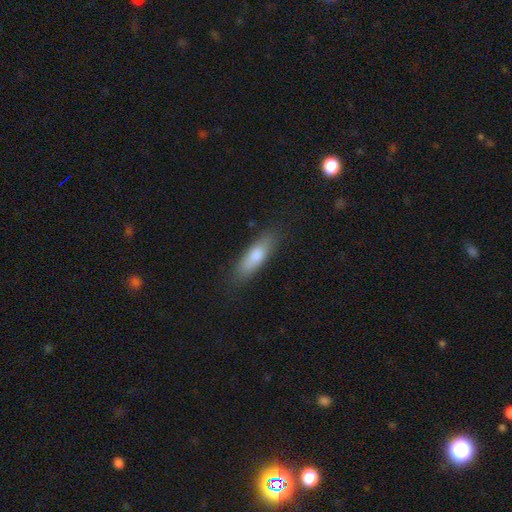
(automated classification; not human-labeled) Smooth or featured?
  - smooth: 70% *
  - featured or disk: 21%
  - star or artifact: 9%
How rounded?
  - cigar-shaped: 60% *
  - in between: 37%
  - round: 2%
Merging?
  - none: 84% *
  - minor disturbance: 12%
  - major disturbance: 3%
  - merger: 1%